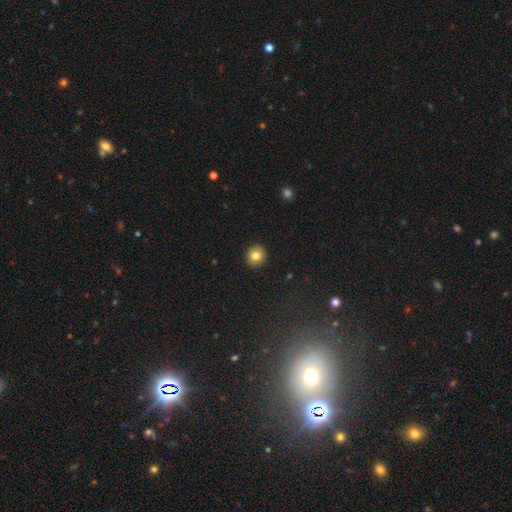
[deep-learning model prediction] Smooth or featured?
  - smooth: 82% *
  - star or artifact: 9%
  - featured or disk: 9%
How rounded?
  - round: 88% *
  - in between: 11%
  - cigar-shaped: 1%
Merging?
  - none: 92% *
  - minor disturbance: 5%
  - major disturbance: 1%
  - merger: 1%